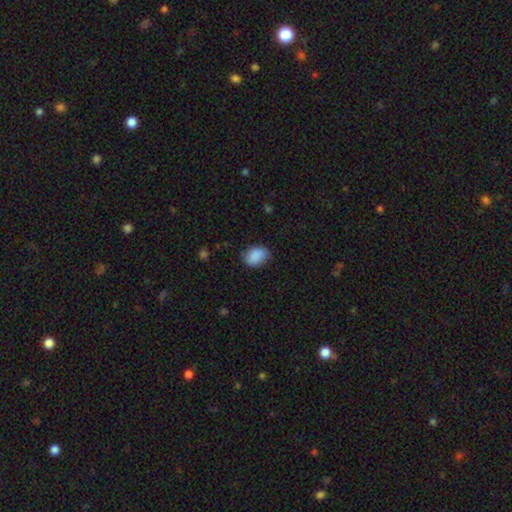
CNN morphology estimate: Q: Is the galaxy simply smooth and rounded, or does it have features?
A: smooth — 88%.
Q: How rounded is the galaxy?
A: in between — 73%.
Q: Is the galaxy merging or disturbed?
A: none — 75%.